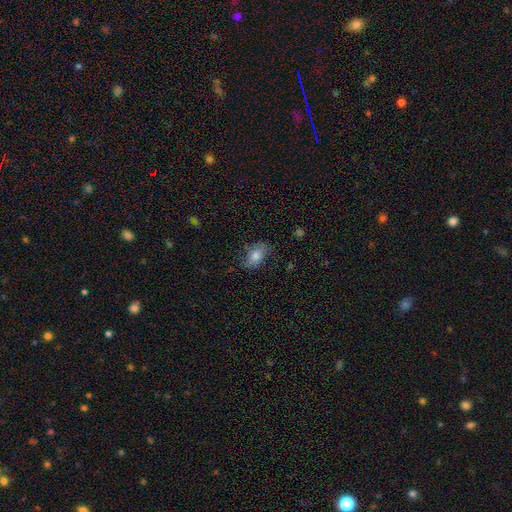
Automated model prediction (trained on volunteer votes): A smooth galaxy with no disk features (76%) that is in between round and cigar-shaped (88%). Merging: none (75%).